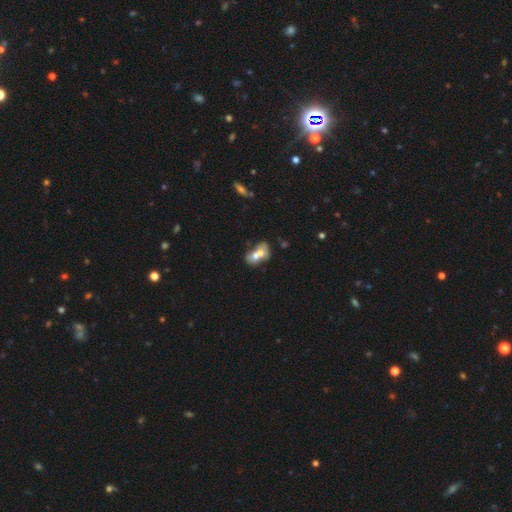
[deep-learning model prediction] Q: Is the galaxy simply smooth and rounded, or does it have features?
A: smooth — 59%.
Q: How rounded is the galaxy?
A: in between — 77%.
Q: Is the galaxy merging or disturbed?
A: merger — 73%.